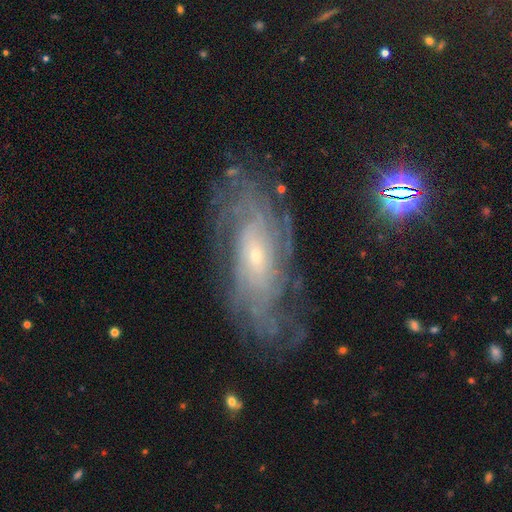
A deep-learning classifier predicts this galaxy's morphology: Smooth or featured?
  - featured or disk: 80% *
  - smooth: 10%
  - star or artifact: 10%
Edge-on disk?
  - no: 89% *
  - yes: 11%
Bar?
  - no: 68% *
  - weak: 24%
  - strong: 8%
Spiral arms?
  - yes: 92% *
  - no: 8%
Spiral winding?
  - tight: 65% *
  - medium: 26%
  - loose: 9%
Spiral arm count?
  - can't tell: 53% *
  - 2: 12%
  - more than 4: 10%
  - 4: 10%
  - 3: 9%
  - 1: 6%
Bulge size?
  - small: 79% *
  - moderate: 16%
  - none: 2%
  - large: 2%
  - dominant: 1%
Merging?
  - none: 74% *
  - minor disturbance: 17%
  - major disturbance: 8%
  - merger: 2%